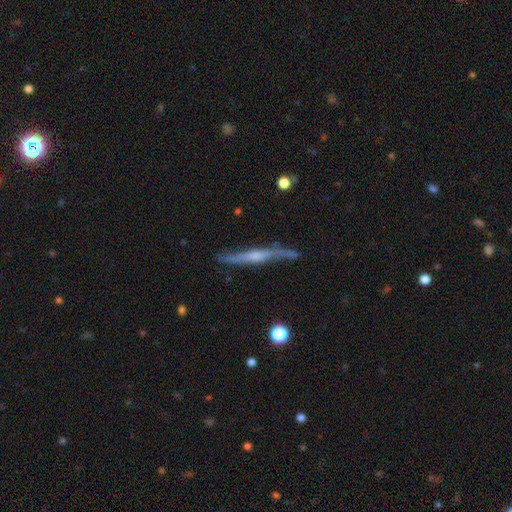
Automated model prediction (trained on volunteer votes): smooth_or_featured: featured or disk (p=0.70) [alt: smooth p=0.24]
disk_edge_on: yes (p=0.91) [alt: no p=0.09]
edge_on_bulge: rounded (p=0.45) [alt: none p=0.37]
merging: none (p=0.72) [alt: minor disturbance p=0.20]